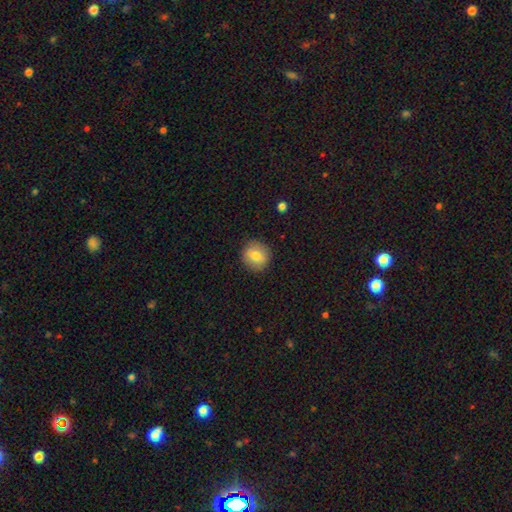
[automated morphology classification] smooth_or_featured: smooth (p=0.76) [alt: featured or disk p=0.15]
how_rounded: round (p=0.88) [alt: in between p=0.11]
merging: none (p=0.88) [alt: minor disturbance p=0.08]